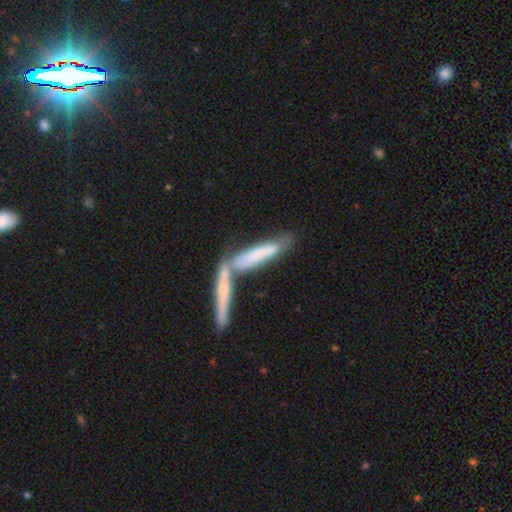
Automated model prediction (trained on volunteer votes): Smooth or featured? Predicted: featured or disk (p=0.47). Merging? Predicted: merger (p=0.45).